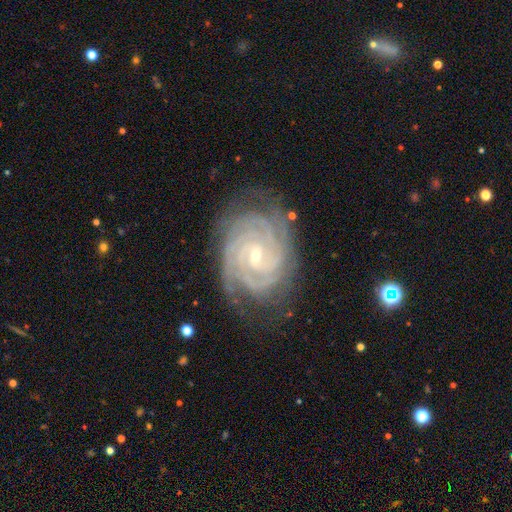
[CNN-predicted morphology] Smooth or featured?
  - featured or disk: 91% *
  - star or artifact: 5%
  - smooth: 4%
Edge-on disk?
  - no: 98% *
  - yes: 2%
Bar?
  - weak: 44% *
  - no: 39%
  - strong: 17%
Spiral arms?
  - yes: 99% *
  - no: 1%
Spiral winding?
  - tight: 83% *
  - medium: 15%
  - loose: 2%
Spiral arm count?
  - 4: 27% *
  - 3: 22%
  - 2: 18%
  - can't tell: 16%
  - more than 4: 10%
  - 1: 7%
Bulge size?
  - small: 69% *
  - moderate: 28%
  - none: 1%
  - large: 1%
  - dominant: 1%
Merging?
  - none: 77% *
  - minor disturbance: 17%
  - major disturbance: 5%
  - merger: 1%